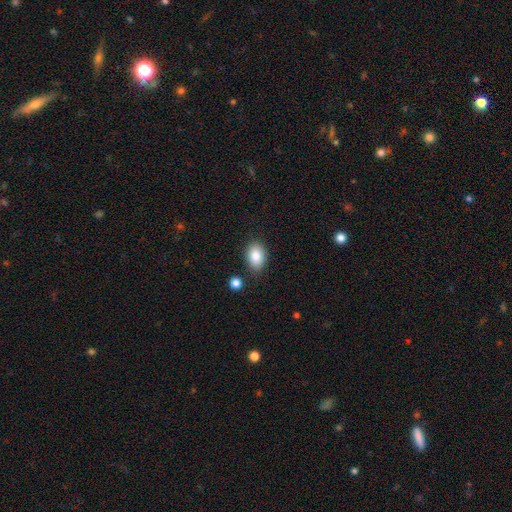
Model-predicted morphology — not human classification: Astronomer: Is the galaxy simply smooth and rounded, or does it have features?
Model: smooth — 85%.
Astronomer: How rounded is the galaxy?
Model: in between — 82%.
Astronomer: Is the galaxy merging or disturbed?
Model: none — 81%.